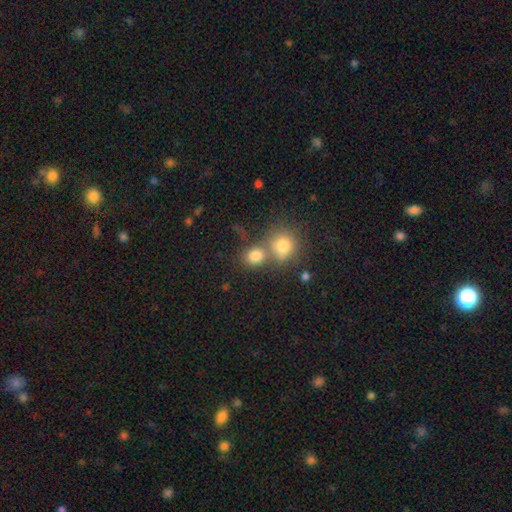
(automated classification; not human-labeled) Overall: smooth (79%). How rounded: round (69%; in between 30%). Merging: none (49%; merger 38%).